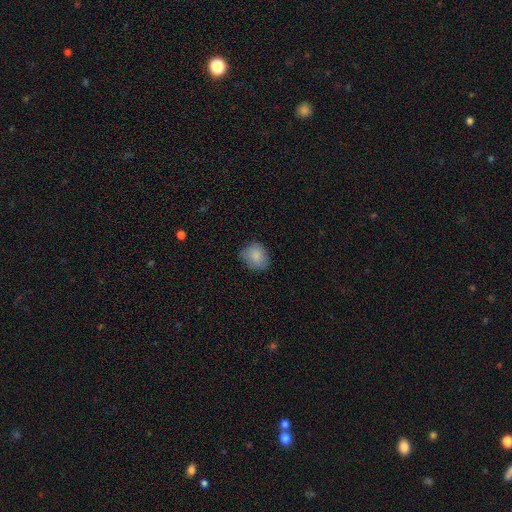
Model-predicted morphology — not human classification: Q: Smooth or featured?
A: smooth (85%); runner-up: star or artifact (8%)
Q: How rounded?
A: round (68%); runner-up: in between (31%)
Q: Merging?
A: none (72%); runner-up: minor disturbance (22%)